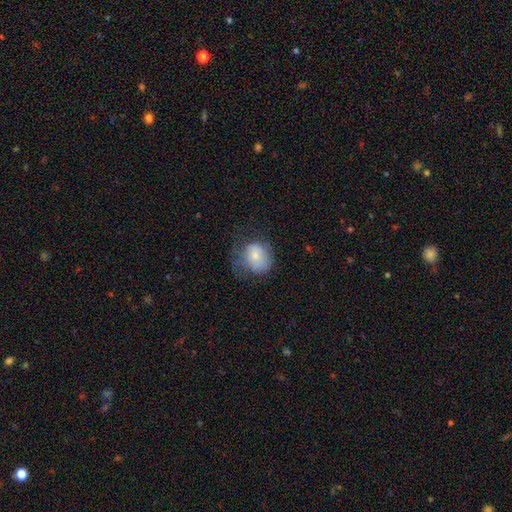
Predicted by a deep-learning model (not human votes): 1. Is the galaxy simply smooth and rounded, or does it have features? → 71% smooth, 20% featured or disk, 9% star or artifact.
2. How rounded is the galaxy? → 67% round, 32% in between, 1% cigar-shaped.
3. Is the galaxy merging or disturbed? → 40% none, 30% major disturbance, 29% minor disturbance, 2% merger.